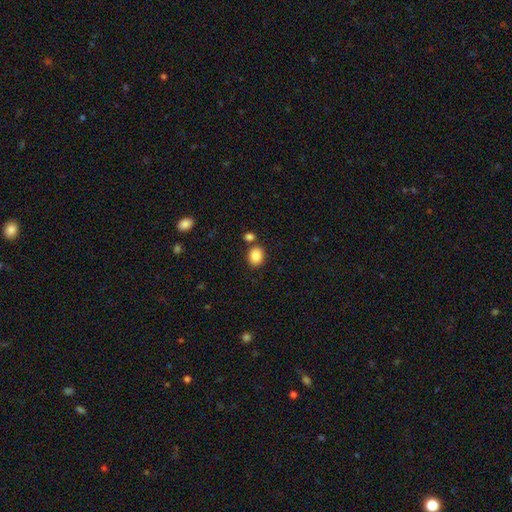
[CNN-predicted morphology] This appears to be a smooth galaxy with no disk features (87%) that is round (52%). Merging: none (76%).